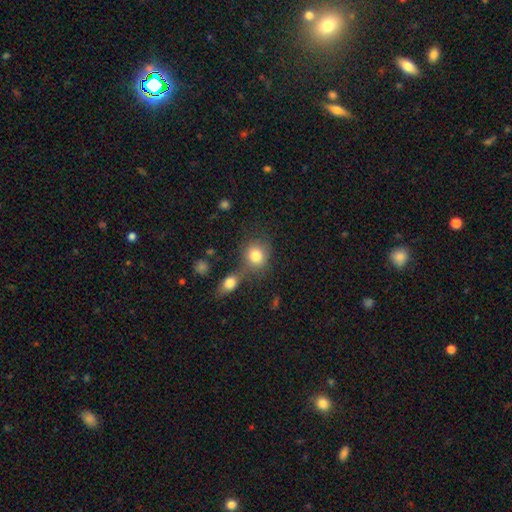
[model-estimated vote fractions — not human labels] Smooth or featured?
  - smooth: 82% *
  - star or artifact: 10%
  - featured or disk: 8%
How rounded?
  - round: 76% *
  - in between: 22%
  - cigar-shaped: 1%
Merging?
  - none: 51% *
  - merger: 32%
  - minor disturbance: 11%
  - major disturbance: 5%